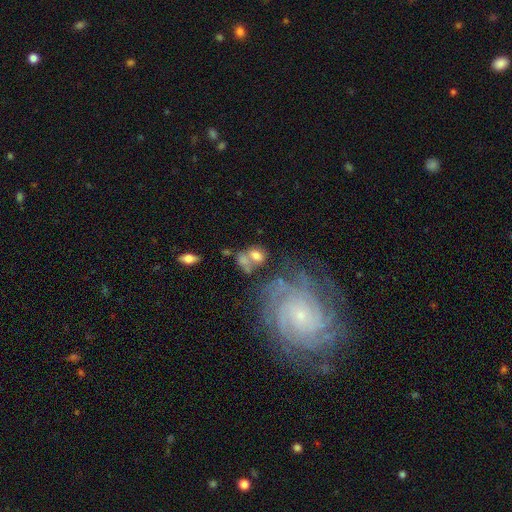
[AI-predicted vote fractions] smooth_or_featured: smooth (p=0.57) [alt: featured or disk p=0.32]
how_rounded: in between (p=0.68) [alt: round p=0.30]
merging: merger (p=0.35) [tied with: none p=0.35]